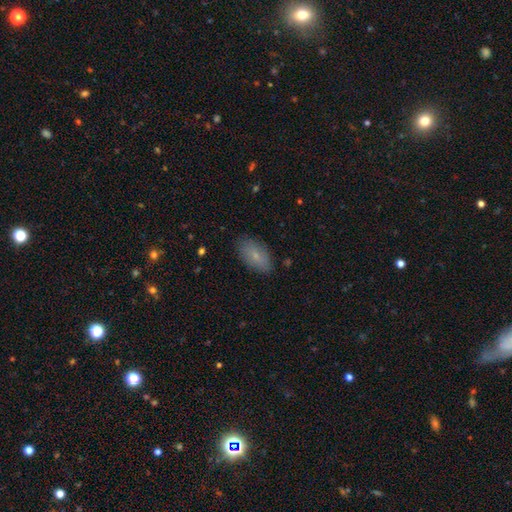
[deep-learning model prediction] Smooth or featured: smooth — 76% (featured or disk — 17%)
How rounded: in between — 91% (cigar-shaped — 5%)
Merging: none — 84% (minor disturbance — 12%)